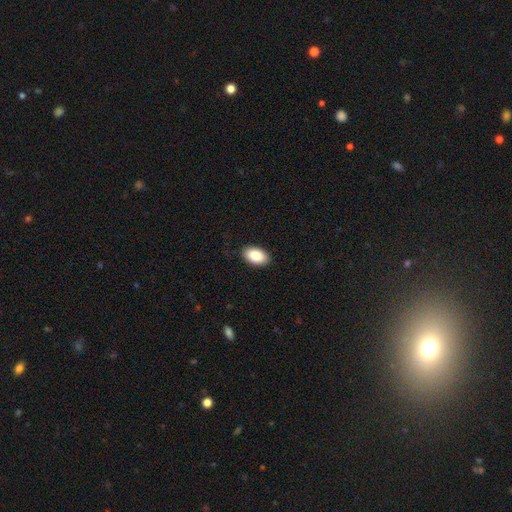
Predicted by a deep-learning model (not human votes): Smooth or featured? smooth (89%)
How rounded? in between (95%)
Merging? none (89%)